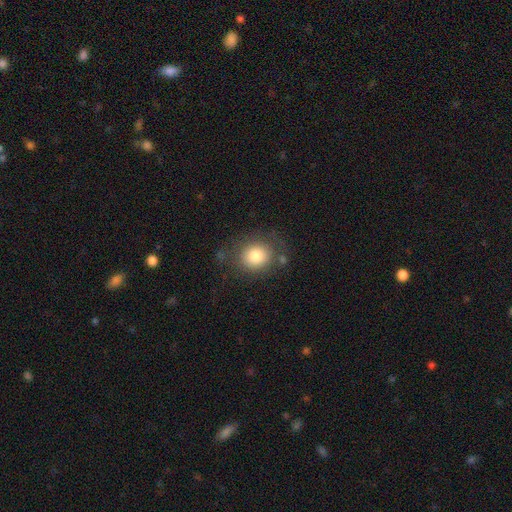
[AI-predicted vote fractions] Q: Smooth or featured?
A: smooth (79%); runner-up: featured or disk (12%)
Q: How rounded?
A: round (74%); runner-up: in between (25%)
Q: Merging?
A: none (74%); runner-up: minor disturbance (15%)